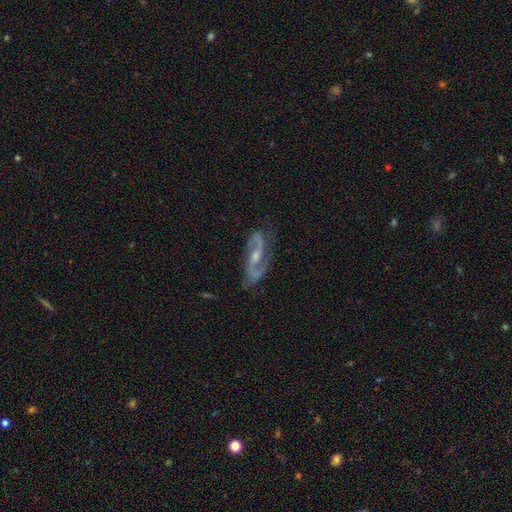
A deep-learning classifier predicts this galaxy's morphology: Smooth or featured: featured or disk — 89% (smooth — 6%)
Edge-on disk: no — 94% (yes — 6%)
Bar: weak — 44% (no — 38%)
Spiral arms: yes — 97% (no — 3%)
Spiral winding: medium — 55% (loose — 26%)
Spiral arm count: 2 — 92% (can't tell — 3%)
Bulge size: moderate — 51% (small — 40%)
Merging: none — 76% (minor disturbance — 16%)